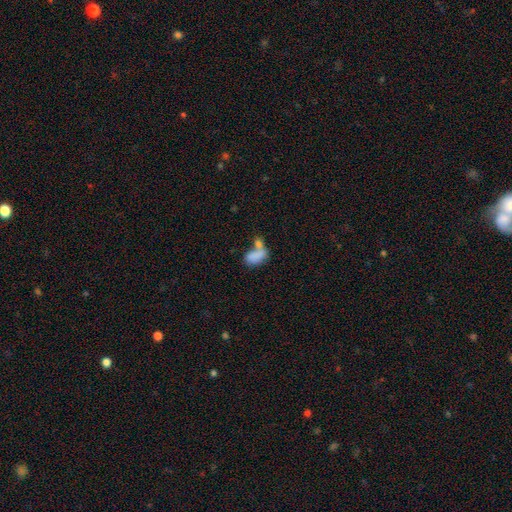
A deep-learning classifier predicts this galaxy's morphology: A smooth galaxy with no disk features (77%) that is in between round and cigar-shaped (89%). Merging: merger (54%).